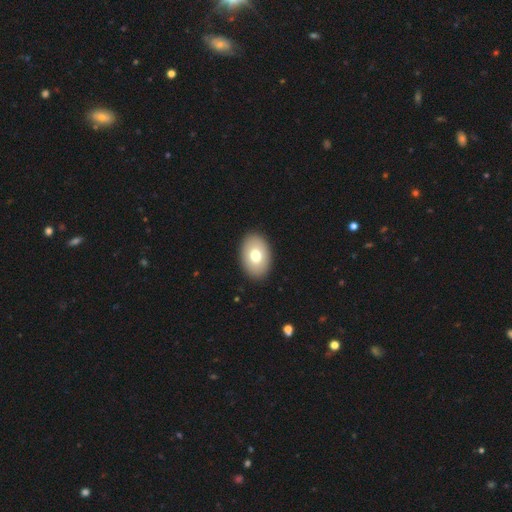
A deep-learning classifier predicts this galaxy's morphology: A smooth galaxy with no disk features (74%) that is in between round and cigar-shaped (86%).

Vote fractions:
- Smooth or featured? smooth: 74% / featured or disk: 19% / star or artifact: 7%
- How rounded? in between: 86% / round: 13% / cigar-shaped: 1%
- Merging? none: 91% / minor disturbance: 6% / major disturbance: 2% / merger: 1%